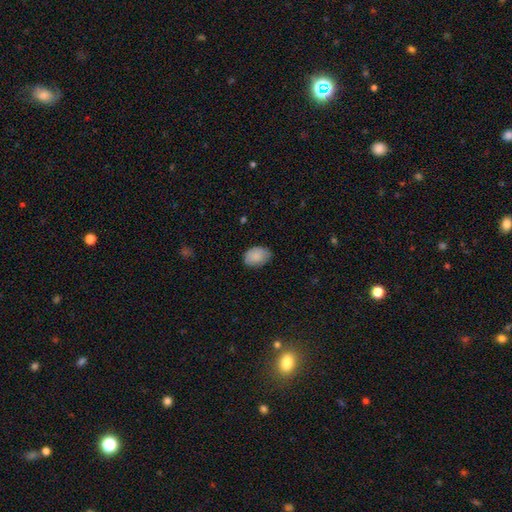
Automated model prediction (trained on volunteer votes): A smooth galaxy with no disk features (86%) that is in between round and cigar-shaped (79%).

Vote fractions:
- Smooth or featured? smooth: 86% / featured or disk: 7% / star or artifact: 7%
- How rounded? in between: 79% / round: 20% / cigar-shaped: 1%
- Merging? none: 73% / minor disturbance: 23% / major disturbance: 4% / merger: 1%